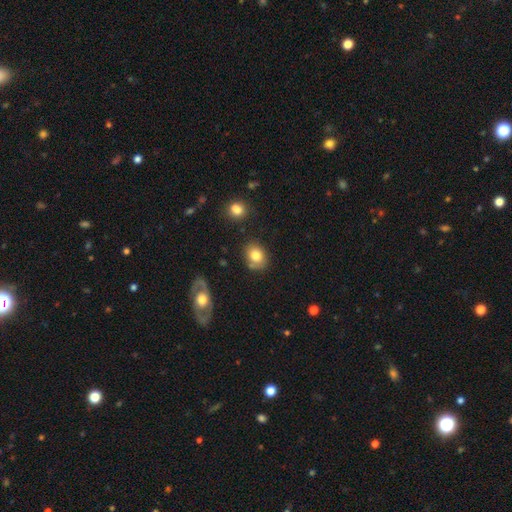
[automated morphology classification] smooth-or-featured: smooth: 80% | featured or disk: 11% | star or artifact: 9%
  how-rounded: in between: 55% | round: 44% | cigar-shaped: 1%
  merging: none: 76% | minor disturbance: 16% | merger: 5% | major disturbance: 4%